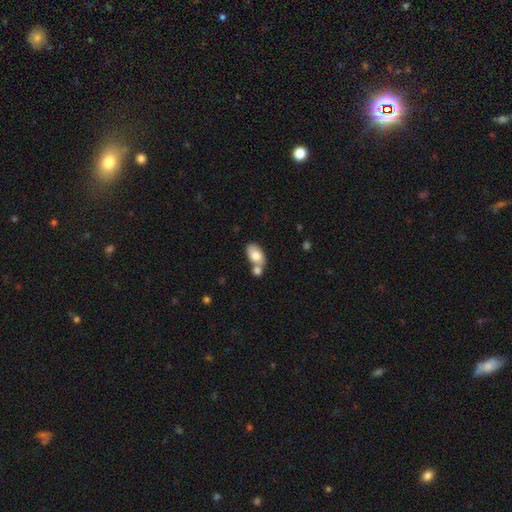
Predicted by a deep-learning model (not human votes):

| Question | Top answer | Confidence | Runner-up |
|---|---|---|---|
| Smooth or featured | smooth | 76% | featured or disk (17%) |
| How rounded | in between | 90% | round (8%) |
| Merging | merger | 49% | none (34%) |